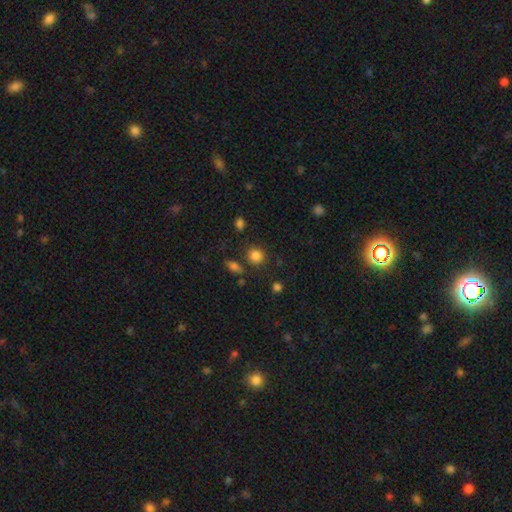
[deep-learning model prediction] Overall: smooth (83%). How rounded: round (85%). Merging: none (80%).